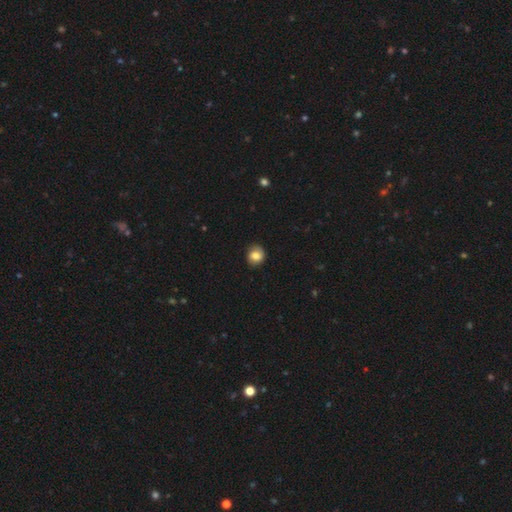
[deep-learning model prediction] smooth-or-featured: smooth: 78% | featured or disk: 13% | star or artifact: 9%
  how-rounded: round: 75% | in between: 24% | cigar-shaped: 1%
  merging: none: 82% | minor disturbance: 14% | major disturbance: 3% | merger: 1%